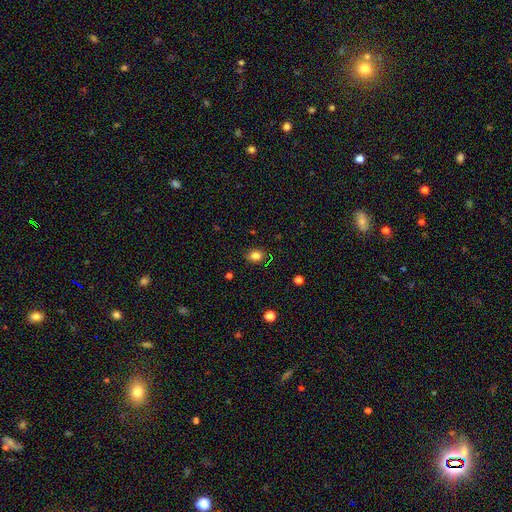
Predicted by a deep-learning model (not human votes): Smooth or featured: smooth — 79% (star or artifact — 14%)
How rounded: in between — 51% (round — 48%)
Merging: none — 85% (minor disturbance — 11%)